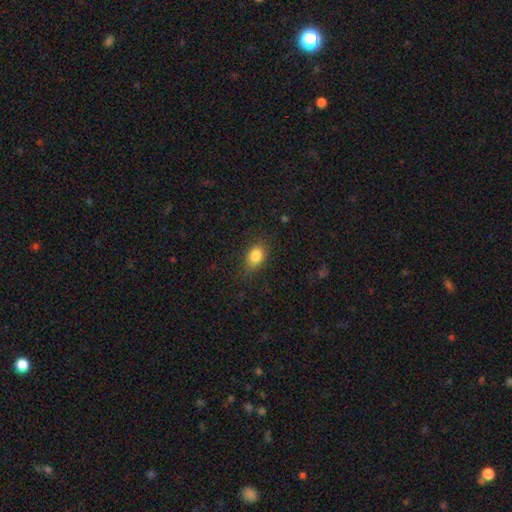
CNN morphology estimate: smooth-or-featured: smooth: 84% | star or artifact: 10% | featured or disk: 6%
  how-rounded: in between: 68% | round: 30% | cigar-shaped: 2%
  merging: none: 81% | minor disturbance: 14% | major disturbance: 4% | merger: 1%